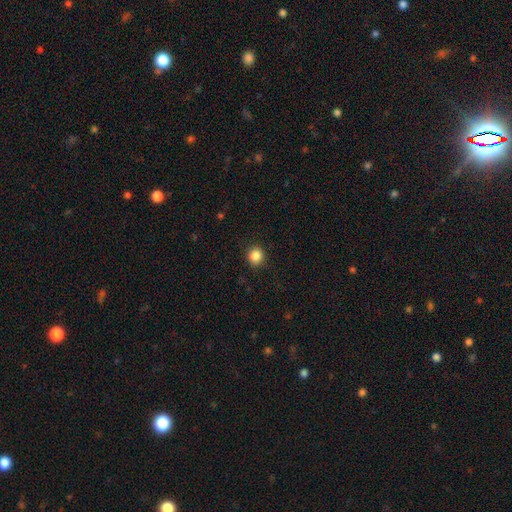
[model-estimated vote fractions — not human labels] Q: Smooth or featured?
A: smooth (87%); runner-up: star or artifact (10%)
Q: How rounded?
A: round (91%); runner-up: in between (8%)
Q: Merging?
A: none (90%); runner-up: minor disturbance (7%)